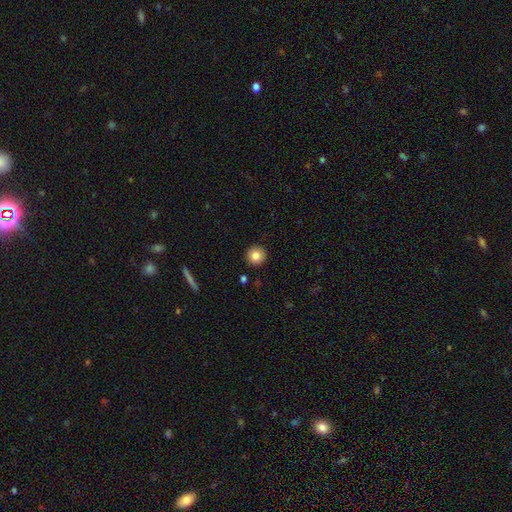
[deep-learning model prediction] smooth_or_featured: smooth (p=0.83) [alt: star or artifact p=0.09]
how_rounded: round (p=0.95) [alt: in between p=0.04]
merging: none (p=0.92) [alt: minor disturbance p=0.05]